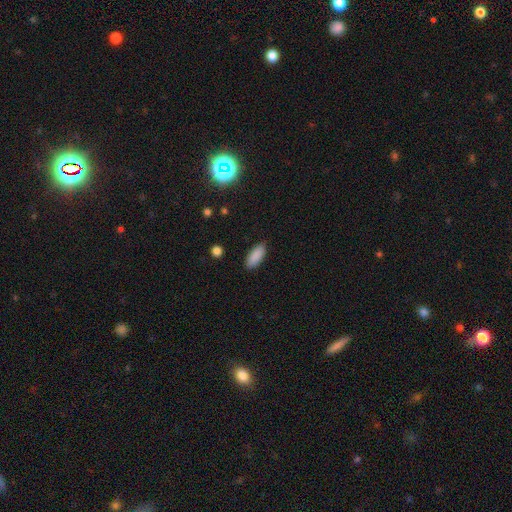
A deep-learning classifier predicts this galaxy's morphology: smooth-or-featured: smooth: 89% | star or artifact: 7% | featured or disk: 4%
  how-rounded: in between: 82% | cigar-shaped: 16% | round: 2%
  merging: none: 88% | minor disturbance: 9% | major disturbance: 2% | merger: 1%